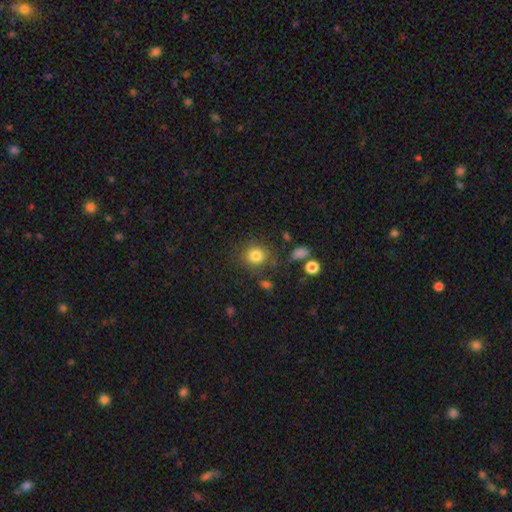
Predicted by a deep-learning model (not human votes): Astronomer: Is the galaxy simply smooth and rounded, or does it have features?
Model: smooth — 81%.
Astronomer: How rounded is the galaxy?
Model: round — 82%.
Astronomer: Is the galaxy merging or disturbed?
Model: none — 80%.